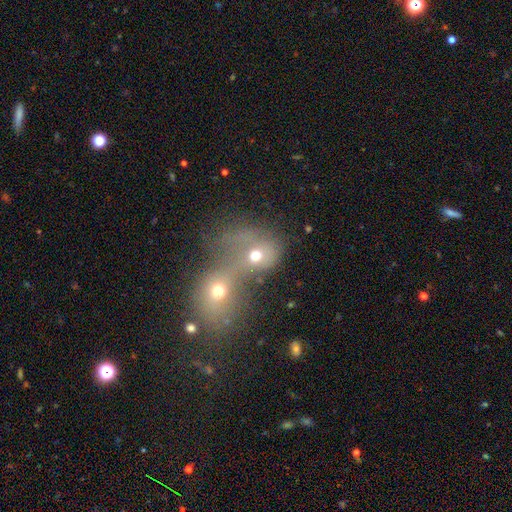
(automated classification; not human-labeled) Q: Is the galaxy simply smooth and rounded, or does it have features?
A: smooth — 61%.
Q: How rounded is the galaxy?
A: round — 66%.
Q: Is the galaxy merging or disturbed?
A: merger — 79%.